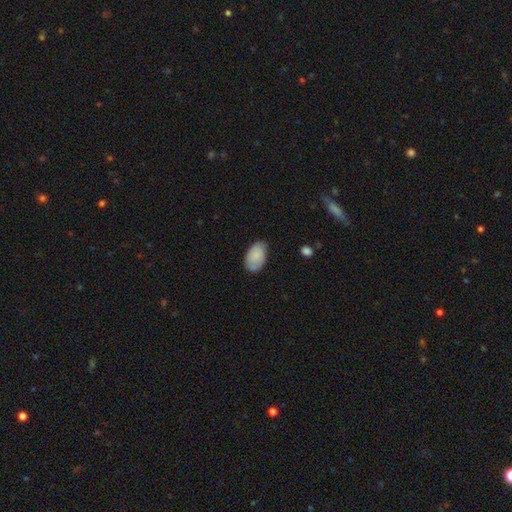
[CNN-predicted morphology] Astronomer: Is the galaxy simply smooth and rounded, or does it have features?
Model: smooth — 83%.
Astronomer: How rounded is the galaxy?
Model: in between — 93%.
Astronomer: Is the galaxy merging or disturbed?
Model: none — 68%.